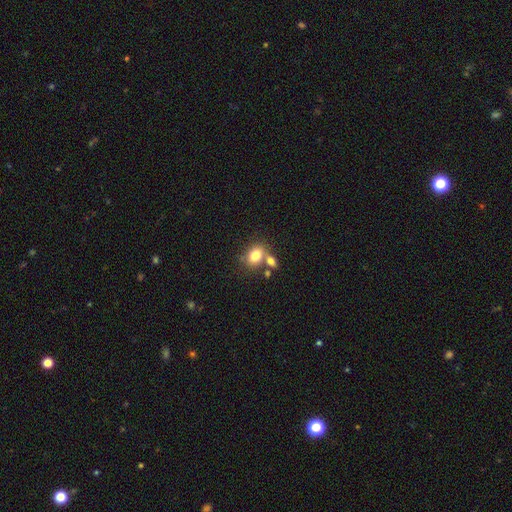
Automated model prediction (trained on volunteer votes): A smooth galaxy with no disk features (79%) that is in between round and cigar-shaped (63%). Merging: none (50%).